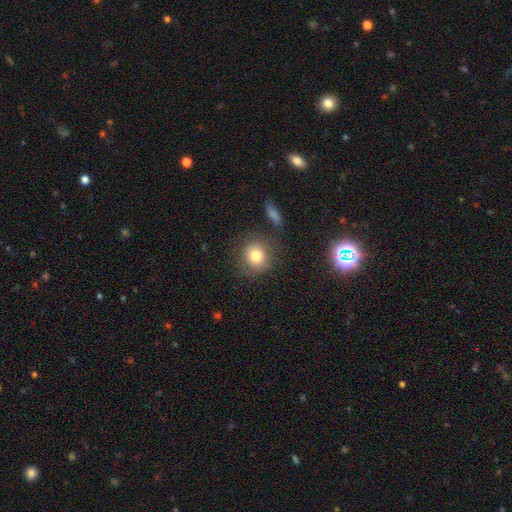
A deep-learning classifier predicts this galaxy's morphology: Smooth or featured?
  - smooth: 80% *
  - star or artifact: 10%
  - featured or disk: 10%
How rounded?
  - round: 81% *
  - in between: 18%
  - cigar-shaped: 1%
Merging?
  - none: 77% *
  - minor disturbance: 13%
  - major disturbance: 5%
  - merger: 5%